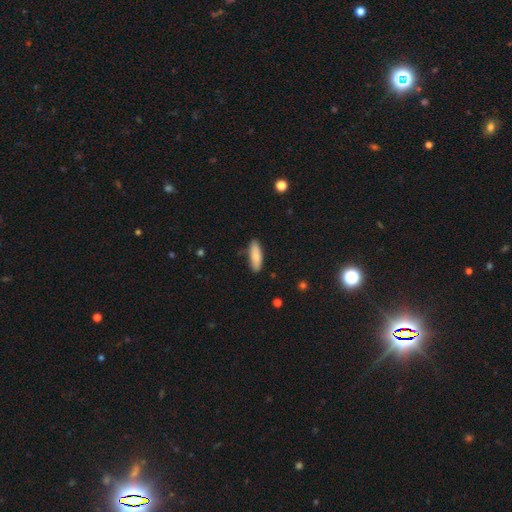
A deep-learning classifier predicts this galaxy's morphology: smooth 83%, featured or disk 12%, star or artifact 6%. Down the decision tree: how rounded — in between (53%); merging — none (85%).